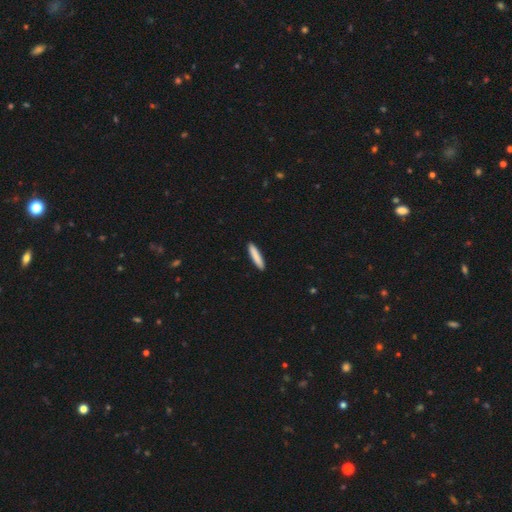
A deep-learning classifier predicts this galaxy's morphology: Q: Smooth or featured?
A: smooth (86%); runner-up: featured or disk (8%)
Q: How rounded?
A: cigar-shaped (90%); runner-up: in between (9%)
Q: Merging?
A: none (92%); runner-up: minor disturbance (5%)